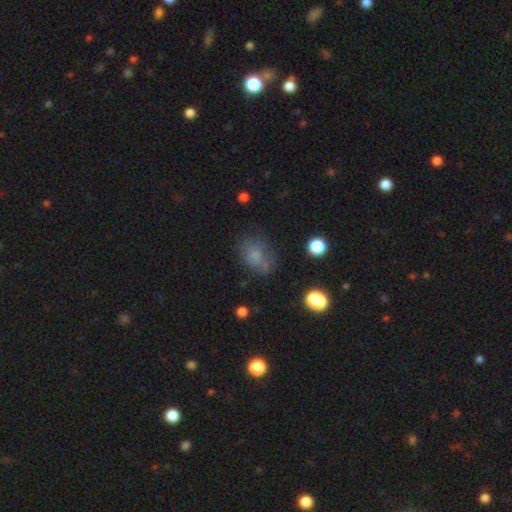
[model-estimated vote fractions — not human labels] Smooth or featured? Predicted: smooth (p=0.67). How rounded? Predicted: in between (p=0.66). Merging? Predicted: none (p=0.53).